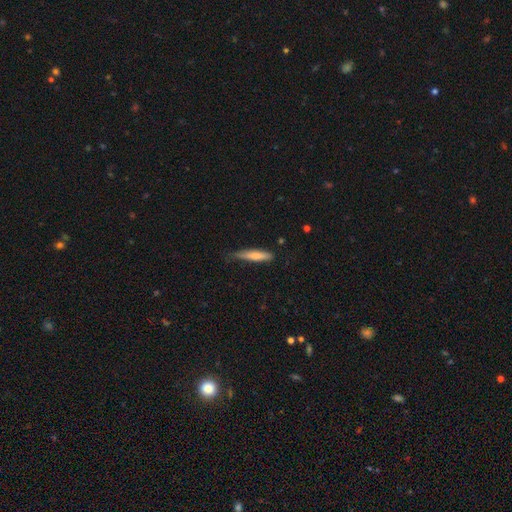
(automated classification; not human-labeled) smooth 71%, featured or disk 24%, star or artifact 5%. Down the decision tree: how rounded — cigar-shaped (88%); merging — none (67%).